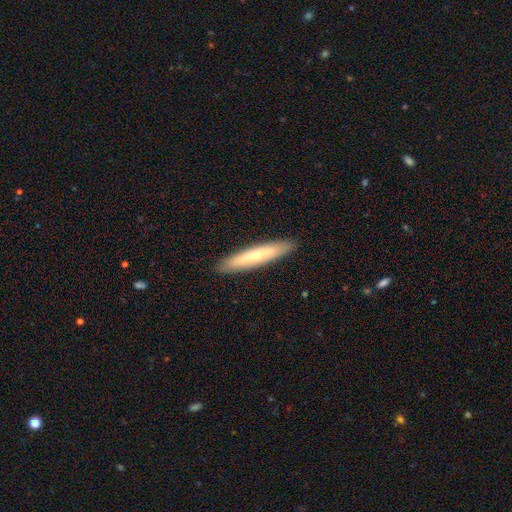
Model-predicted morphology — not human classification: Smooth or featured? smooth (52%)
How rounded? cigar-shaped (89%)
Merging? none (91%)